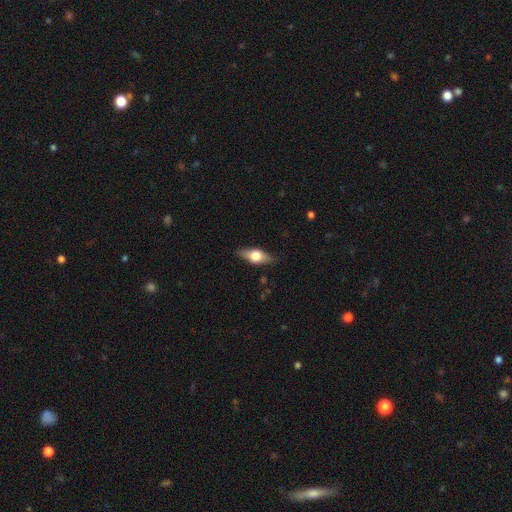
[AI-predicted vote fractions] smooth-or-featured: featured or disk: 48% | smooth: 45% | star or artifact: 7%
  merging: none: 83% | minor disturbance: 13% | major disturbance: 3% | merger: 1%